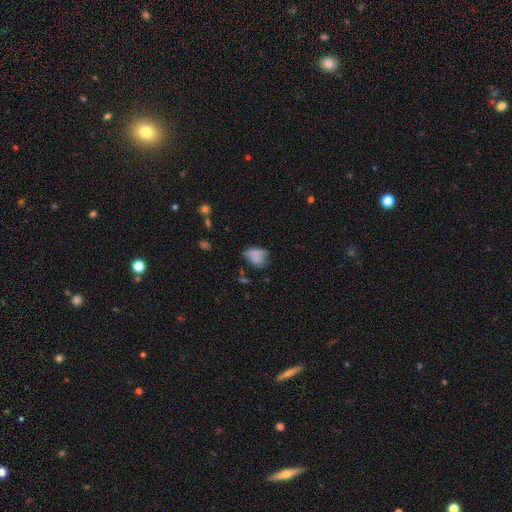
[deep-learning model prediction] Overall: smooth (72%). How rounded: in between (71%). Merging: none (40%; minor disturbance 36%).